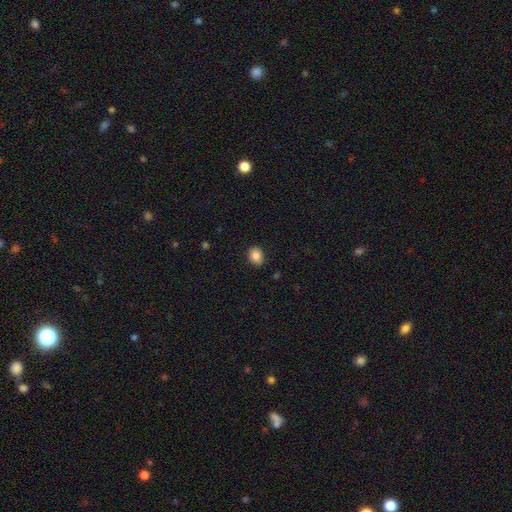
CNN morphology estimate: This appears to be a smooth galaxy with no disk features (86%) that is in between round and cigar-shaped (51%). Merging: none (88%).